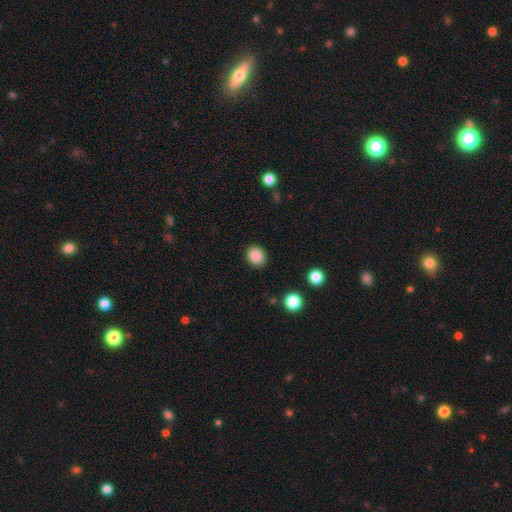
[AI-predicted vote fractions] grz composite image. It shows a smooth galaxy with no disk features (87%) that is round (68%). Merging: none (88%).